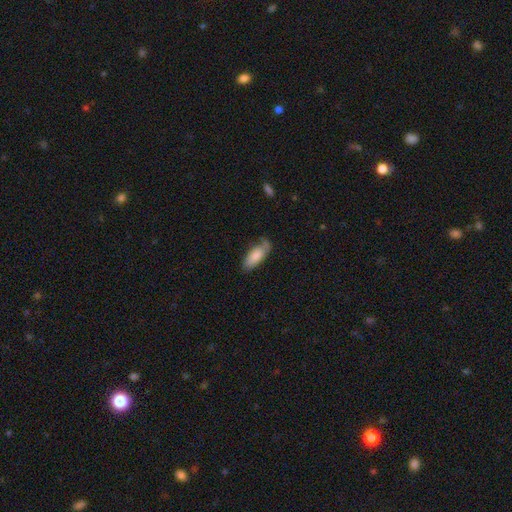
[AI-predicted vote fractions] Smooth or featured: smooth — 78% (featured or disk — 16%)
How rounded: in between — 74% (cigar-shaped — 24%)
Merging: none — 61% (minor disturbance — 28%)